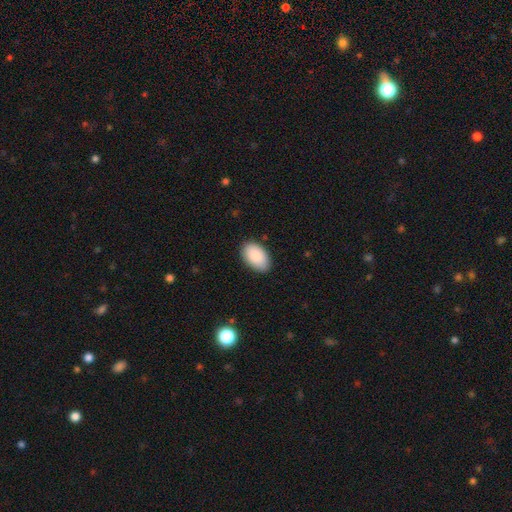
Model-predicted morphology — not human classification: Overall: smooth (89%). How rounded: in between (94%). Merging: none (86%).